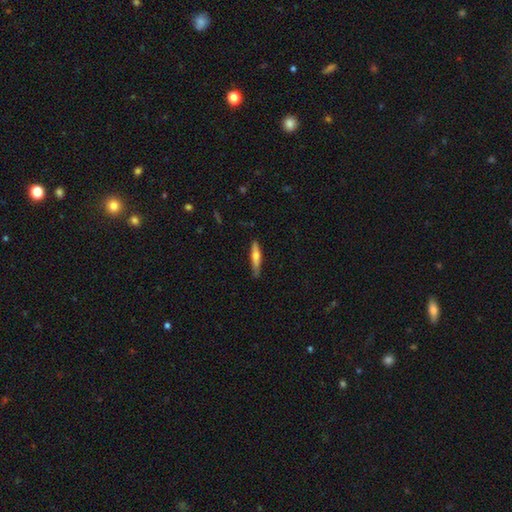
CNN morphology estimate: Q: Smooth or featured?
A: smooth (55%); runner-up: featured or disk (39%)
Q: How rounded?
A: cigar-shaped (88%); runner-up: in between (11%)
Q: Merging?
A: none (80%); runner-up: minor disturbance (16%)